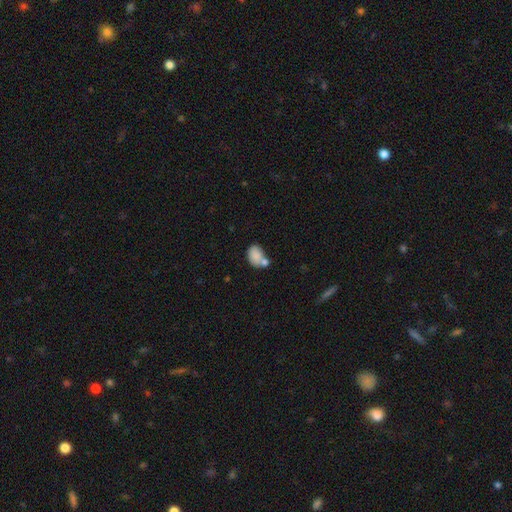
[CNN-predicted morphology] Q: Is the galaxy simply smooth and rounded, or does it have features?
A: smooth — 83%.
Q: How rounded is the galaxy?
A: in between — 78%.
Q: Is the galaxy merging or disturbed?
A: merger — 39%, tied with none.